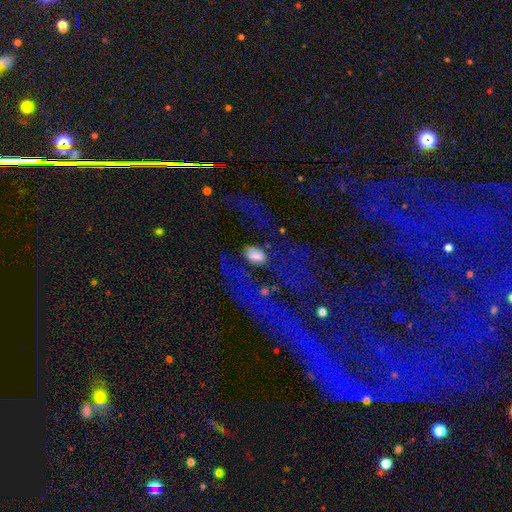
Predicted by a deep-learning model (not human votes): The model was most divided on "merging": none: 50%, major disturbance: 22%, minor disturbance: 19%, merger: 9%. More confident: how rounded — in between (84%); smooth or featured — smooth (60%).